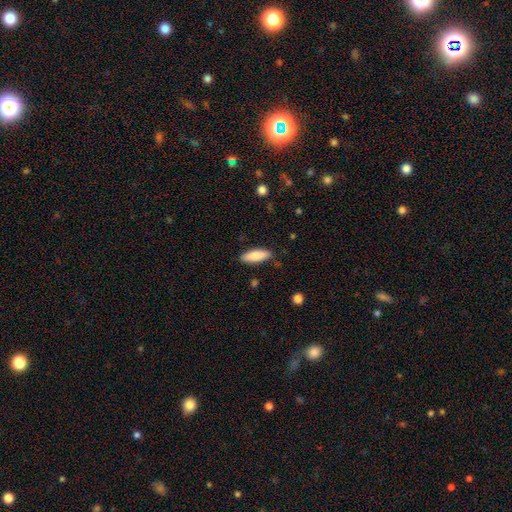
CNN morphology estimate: smooth-or-featured: smooth: 84% | featured or disk: 10% | star or artifact: 6%
  how-rounded: in between: 56% | cigar-shaped: 42% | round: 2%
  merging: none: 86% | minor disturbance: 10% | major disturbance: 2% | merger: 1%